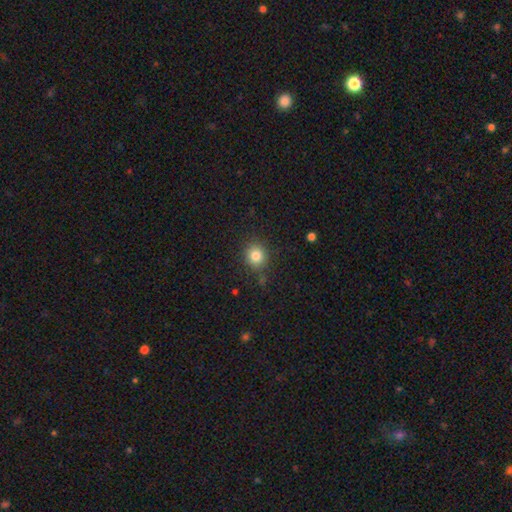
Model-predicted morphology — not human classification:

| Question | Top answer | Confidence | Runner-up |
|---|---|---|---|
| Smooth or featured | smooth | 82% | star or artifact (12%) |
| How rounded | round | 86% | in between (13%) |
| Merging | none | 85% | minor disturbance (10%) |